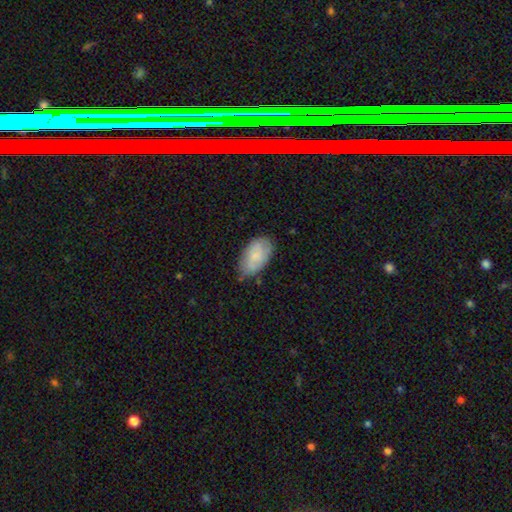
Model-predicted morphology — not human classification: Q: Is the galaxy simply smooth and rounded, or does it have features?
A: smooth — 69%.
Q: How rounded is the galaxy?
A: in between — 94%.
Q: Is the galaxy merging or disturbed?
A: none — 67%.